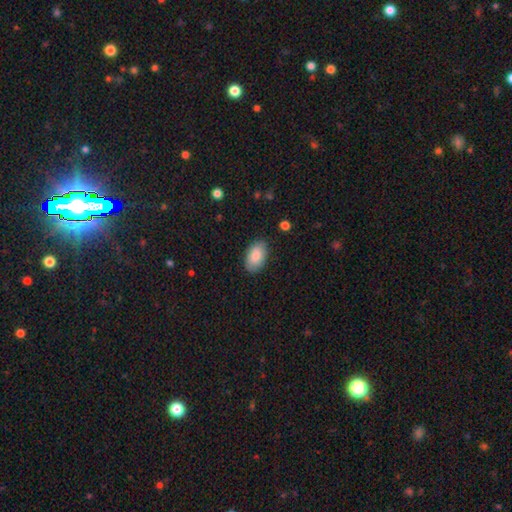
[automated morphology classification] Smooth or featured? Predicted: smooth (p=0.88). How rounded? Predicted: in between (p=0.94). Merging? Predicted: none (p=0.87).